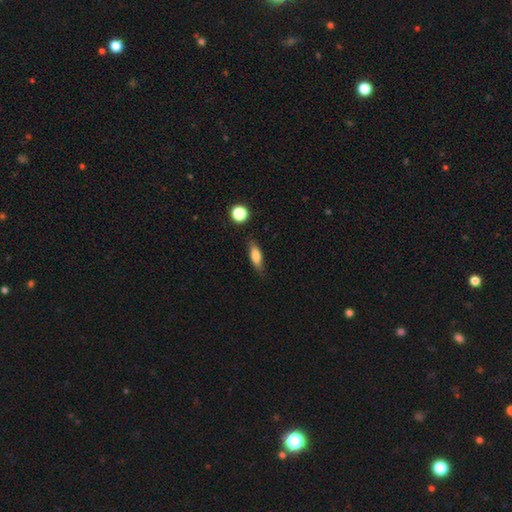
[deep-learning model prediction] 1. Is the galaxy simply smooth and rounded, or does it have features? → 73% smooth, 18% featured or disk, 8% star or artifact.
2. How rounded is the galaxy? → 59% in between, 37% cigar-shaped, 4% round.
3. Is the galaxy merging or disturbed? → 75% none, 19% minor disturbance, 4% major disturbance, 2% merger.